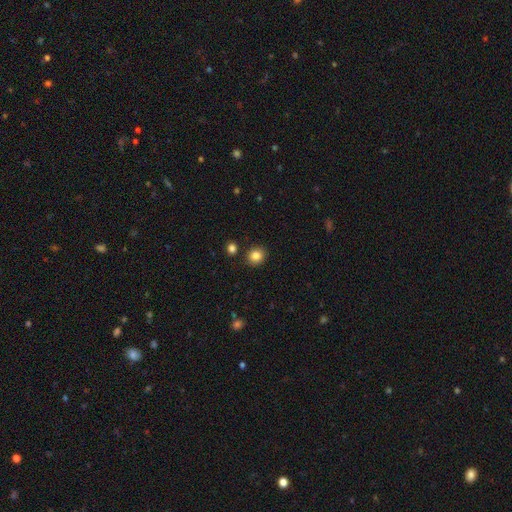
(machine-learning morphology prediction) Overall: smooth (84%). How rounded: round (78%). Merging: none (88%).